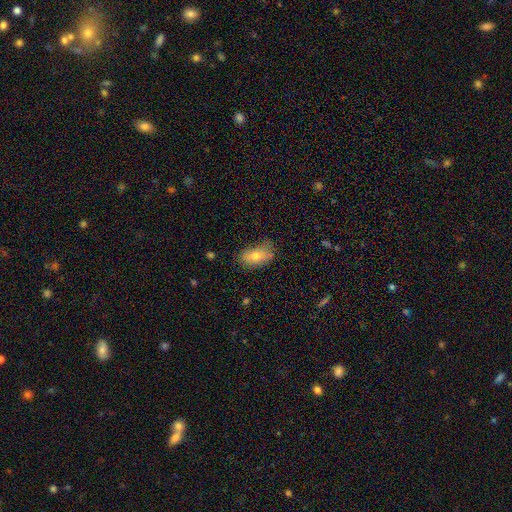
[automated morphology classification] This is likely a smooth galaxy (73%). How rounded: clearly in between (89%). Merging: likely none (66%).